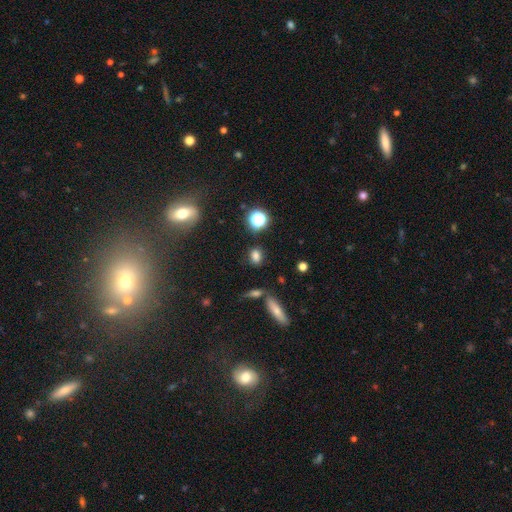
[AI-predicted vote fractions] Smooth or featured? Predicted: smooth (p=0.75). How rounded? Predicted: in between (p=0.63). Merging? Predicted: none (p=0.80).